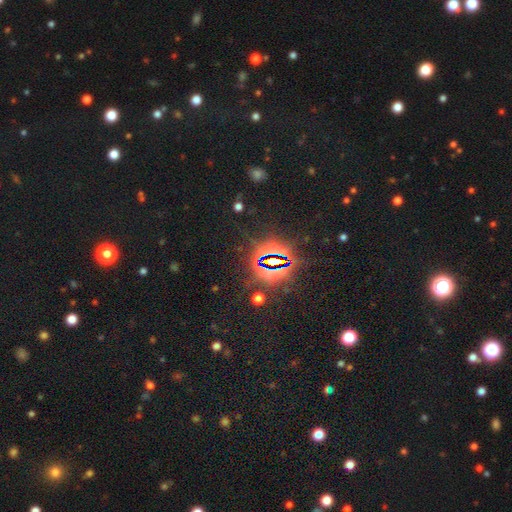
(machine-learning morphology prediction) smooth_or_featured: star or artifact (p=0.83) [alt: smooth p=0.11]